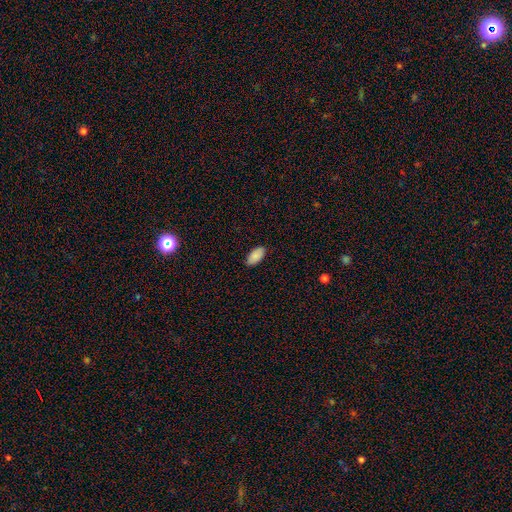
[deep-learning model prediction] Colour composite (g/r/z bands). It shows a smooth galaxy with no disk features (89%) that is in between round and cigar-shaped (94%). Merging: none (86%).